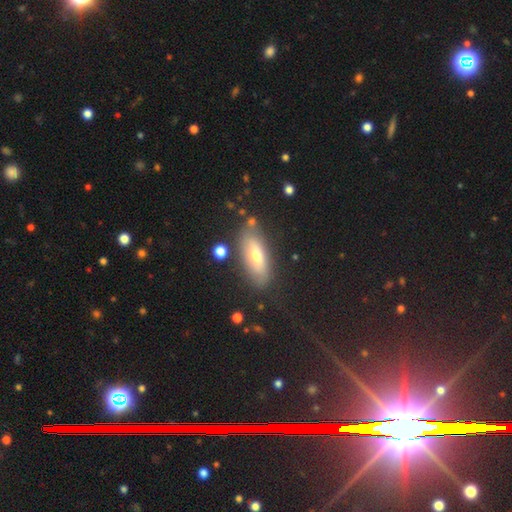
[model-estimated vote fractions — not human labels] This appears to be a smooth galaxy with no disk features (59%) that is in between round and cigar-shaped (72%). Merging: none (79%).